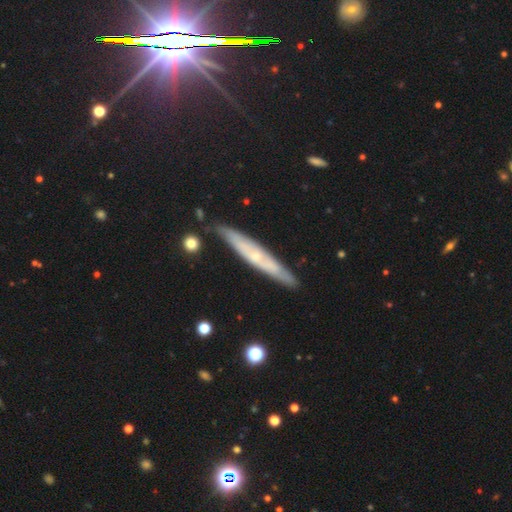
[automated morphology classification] featured or disk 64%, smooth 28%, star or artifact 8%. Down the decision tree: edge-on disk — yes (77%); merging — none (83%).